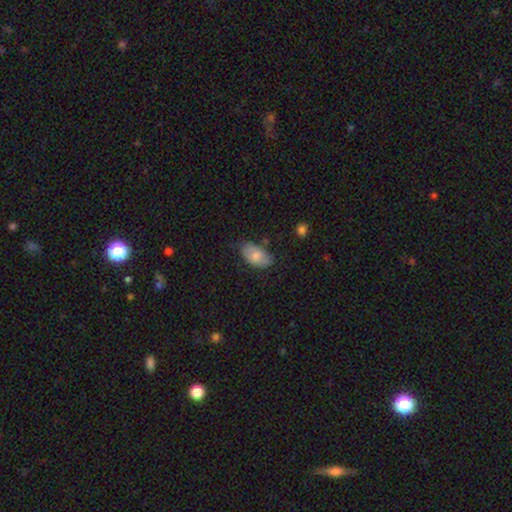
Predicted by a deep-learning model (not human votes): smooth 76%, featured or disk 17%, star or artifact 7%. Down the decision tree: how rounded — in between (94%); merging — none (65%).